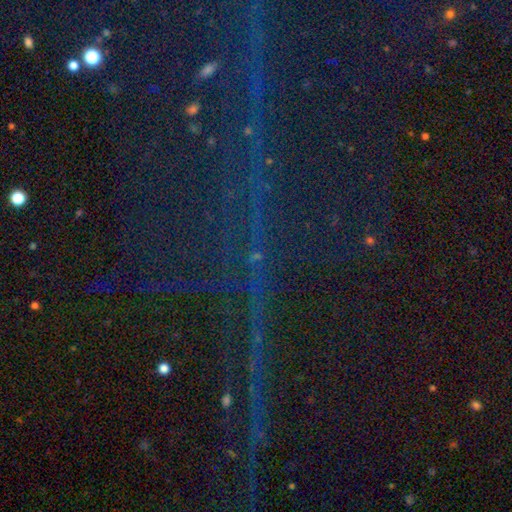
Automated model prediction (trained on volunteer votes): This appears to be a star or artifact, not a galaxy (84%).